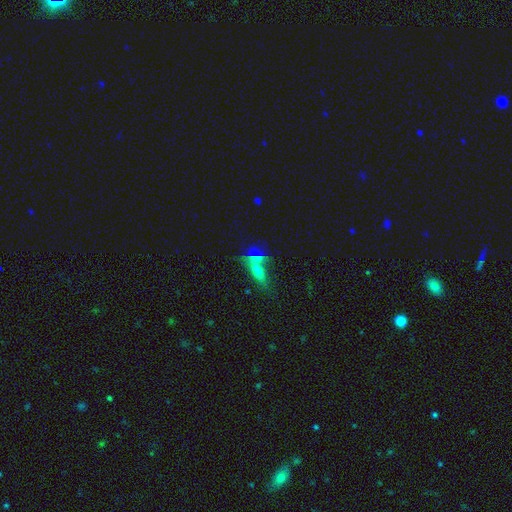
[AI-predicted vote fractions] Overall: smooth (48%; featured or disk 30%). Merging: none (46%; merger 35%).